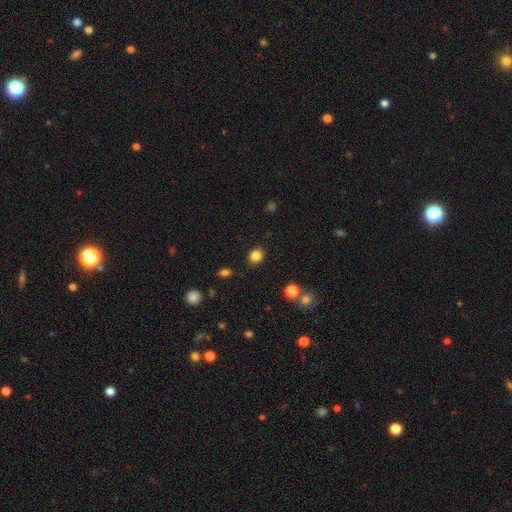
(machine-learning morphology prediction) Smooth or featured?
  - smooth: 84% *
  - star or artifact: 11%
  - featured or disk: 5%
How rounded?
  - round: 73% *
  - in between: 27%
  - cigar-shaped: 1%
Merging?
  - none: 88% *
  - minor disturbance: 8%
  - major disturbance: 2%
  - merger: 2%